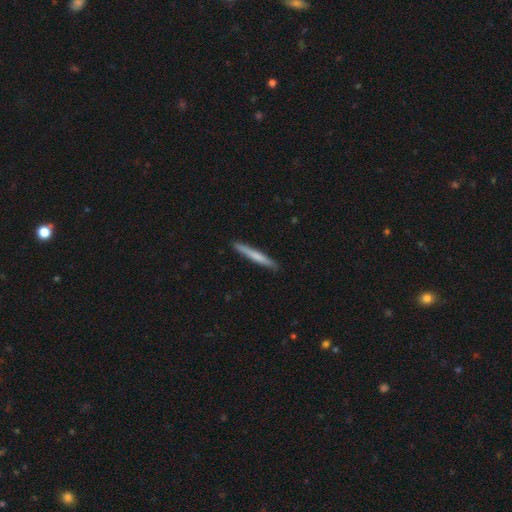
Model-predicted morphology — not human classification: A smooth galaxy with no disk features (66%) that is cigar-shaped (97%). Merging: none (91%).